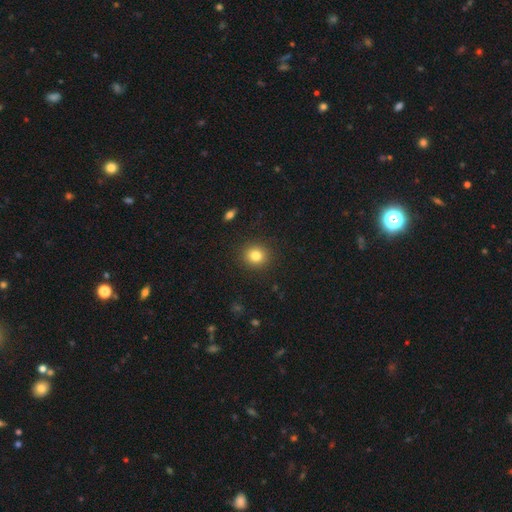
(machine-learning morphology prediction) The model was most divided on "smooth or featured": smooth: 82%, star or artifact: 11%, featured or disk: 7%. More confident: merging — none (91%); how rounded — round (89%).